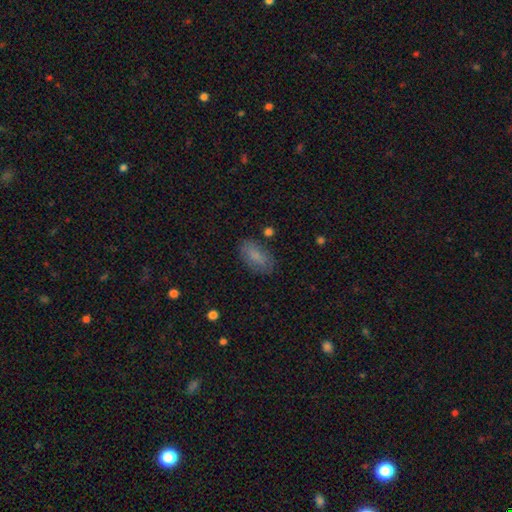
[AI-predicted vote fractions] Overall: smooth (79%). How rounded: in between (91%). Merging: none (79%).